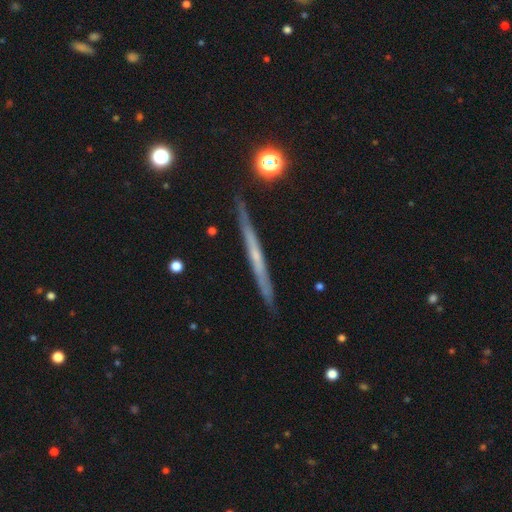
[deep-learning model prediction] smooth_or_featured: featured or disk (p=0.64) [alt: smooth p=0.29]
disk_edge_on: yes (p=0.97) [alt: no p=0.03]
edge_on_bulge: none (p=0.79) [alt: rounded p=0.18]
merging: none (p=0.89) [alt: minor disturbance p=0.08]